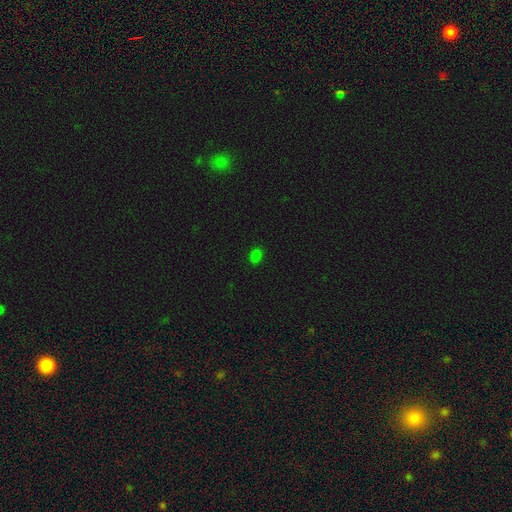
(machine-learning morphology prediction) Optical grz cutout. It shows a smooth galaxy with no disk features (80%) that is in between round and cigar-shaped (78%). Merging: none (88%).